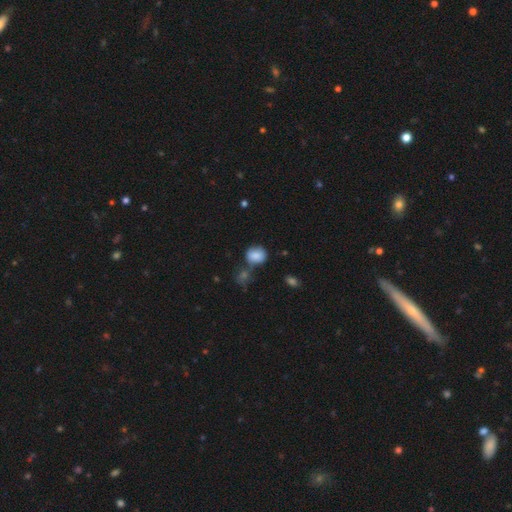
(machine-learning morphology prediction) A smooth galaxy with no disk features (82%) that is round (61%).

Vote fractions:
- Smooth or featured? smooth: 82% / star or artifact: 9% / featured or disk: 8%
- How rounded? round: 61% / in between: 38% / cigar-shaped: 1%
- Merging? none: 55% / minor disturbance: 20% / merger: 18% / major disturbance: 7%